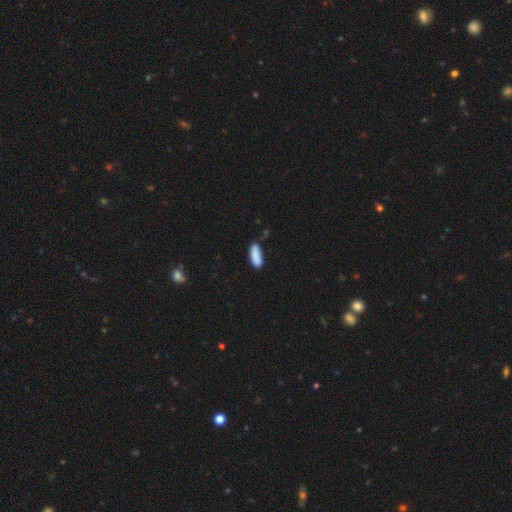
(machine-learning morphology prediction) Smooth or featured?
  - smooth: 87% *
  - featured or disk: 7%
  - star or artifact: 7%
How rounded?
  - in between: 63% *
  - cigar-shaped: 35%
  - round: 2%
Merging?
  - none: 71% *
  - minor disturbance: 21%
  - merger: 4%
  - major disturbance: 4%